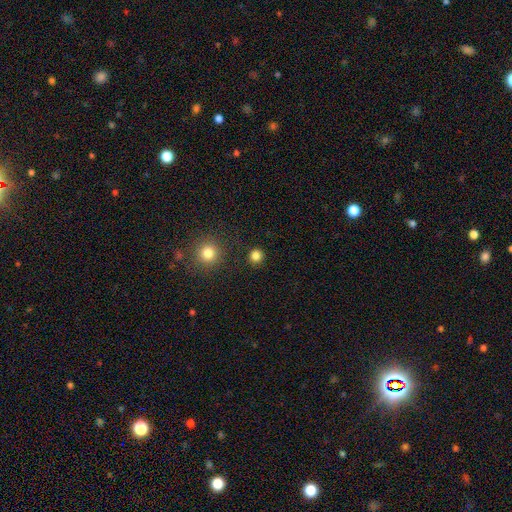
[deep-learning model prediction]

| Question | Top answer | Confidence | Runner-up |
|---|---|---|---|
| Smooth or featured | smooth | 81% | star or artifact (15%) |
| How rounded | round | 94% | in between (5%) |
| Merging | none | 90% | minor disturbance (5%) |